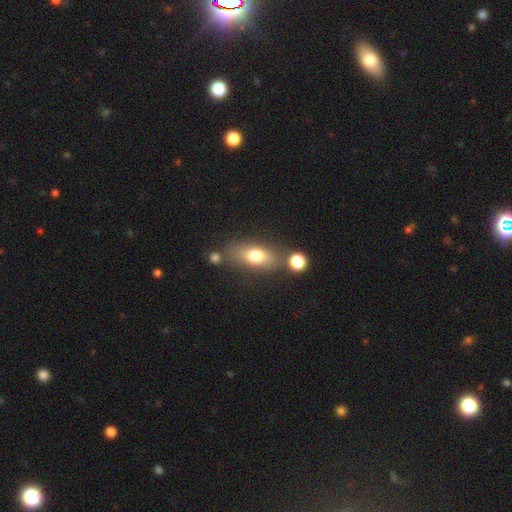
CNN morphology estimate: Smooth or featured: smooth — 72% (featured or disk — 19%)
How rounded: in between — 74% (cigar-shaped — 15%)
Merging: none — 67% (minor disturbance — 15%)